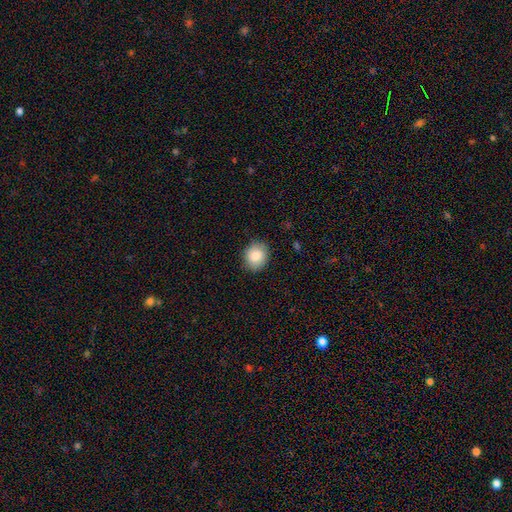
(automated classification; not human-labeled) A smooth galaxy with no disk features (83%) that is round (73%). Merging: none (86%).